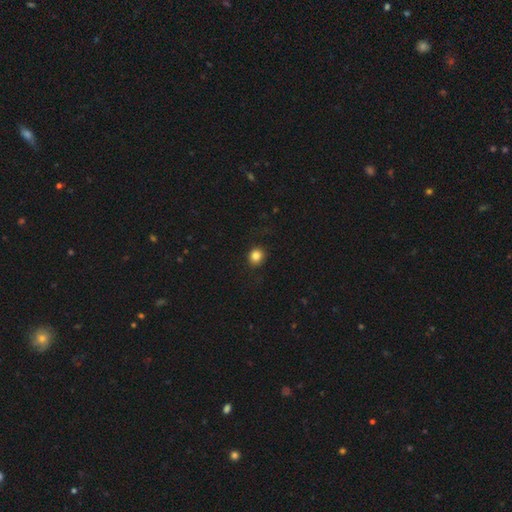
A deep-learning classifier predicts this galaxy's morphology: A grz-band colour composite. It shows a smooth galaxy with no disk features (84%) that is round (82%). Merging: none (88%).